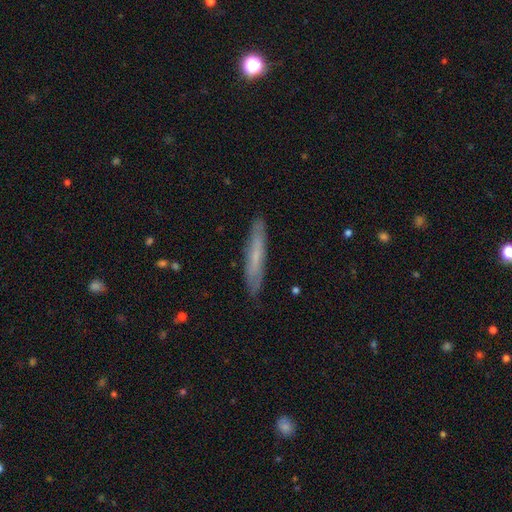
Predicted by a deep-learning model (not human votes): This is possibly a smooth galaxy (50%). How rounded: clearly cigar-shaped (92%). Merging: clearly none (86%).